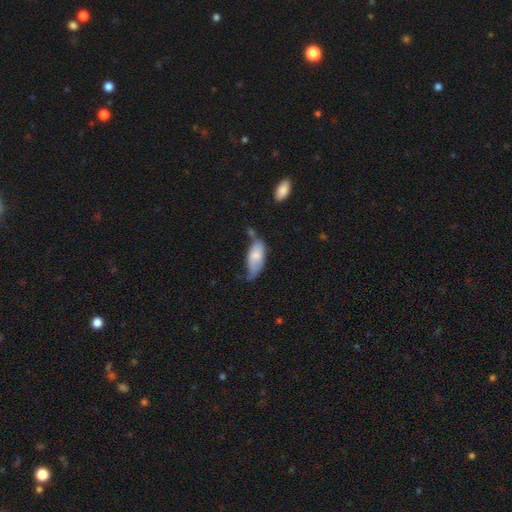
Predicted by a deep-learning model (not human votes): A smooth galaxy with no disk features (69%) that is in between round and cigar-shaped (86%).

Vote fractions:
- Smooth or featured? smooth: 69% / featured or disk: 25% / star or artifact: 6%
- How rounded? in between: 86% / cigar-shaped: 12% / round: 2%
- Merging? minor disturbance: 40% / none: 29% / major disturbance: 20% / merger: 12%